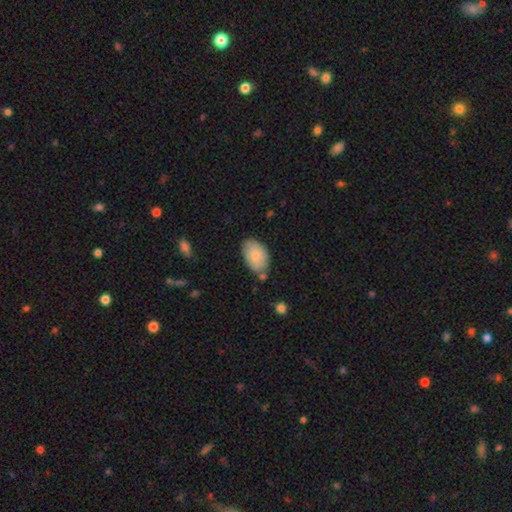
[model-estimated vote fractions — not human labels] Smooth or featured? Predicted: smooth (p=0.80). How rounded? Predicted: in between (p=0.91). Merging? Predicted: none (p=0.71).